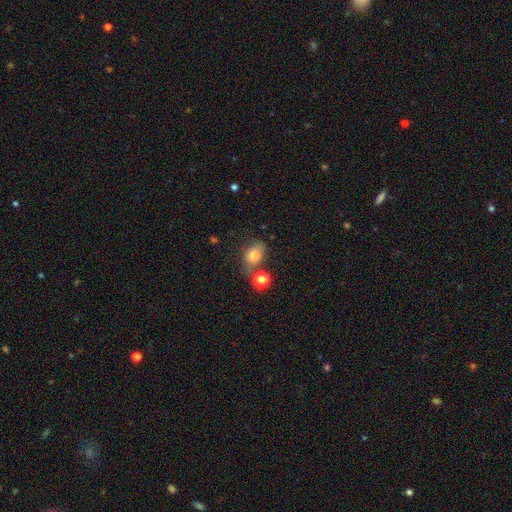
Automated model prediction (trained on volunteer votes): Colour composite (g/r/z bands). It shows a smooth galaxy with no disk features (76%) that is in between round and cigar-shaped (65%). Merging: none (56%).